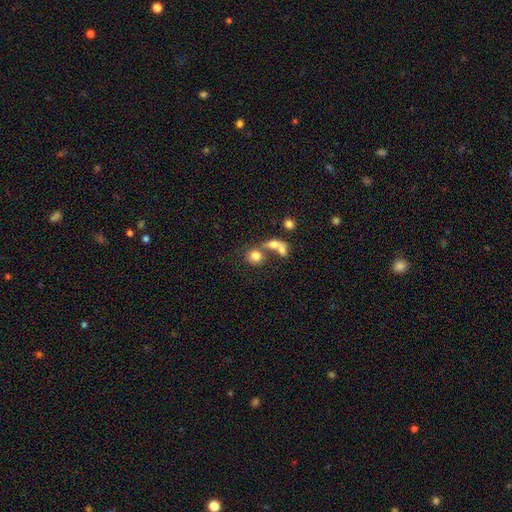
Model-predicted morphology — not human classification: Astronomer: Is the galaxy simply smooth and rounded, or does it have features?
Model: smooth — 76%.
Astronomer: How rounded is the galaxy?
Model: round — 77%.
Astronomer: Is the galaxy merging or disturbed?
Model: merger — 44% (runner-up: none, 39%).